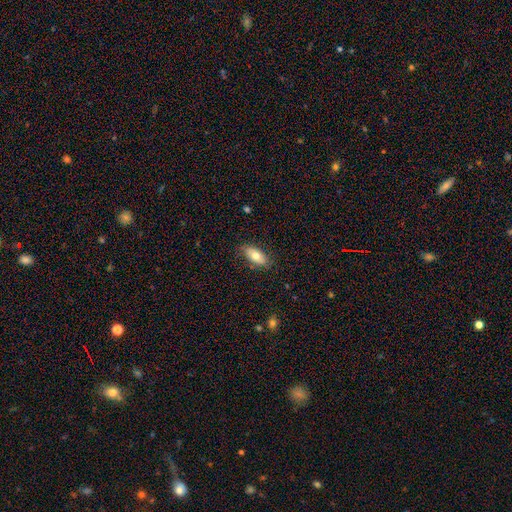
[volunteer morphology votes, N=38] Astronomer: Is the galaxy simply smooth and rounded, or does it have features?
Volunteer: smooth — 74%.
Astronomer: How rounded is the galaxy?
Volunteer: in between — 93%.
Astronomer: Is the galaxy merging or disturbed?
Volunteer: none — 84%.